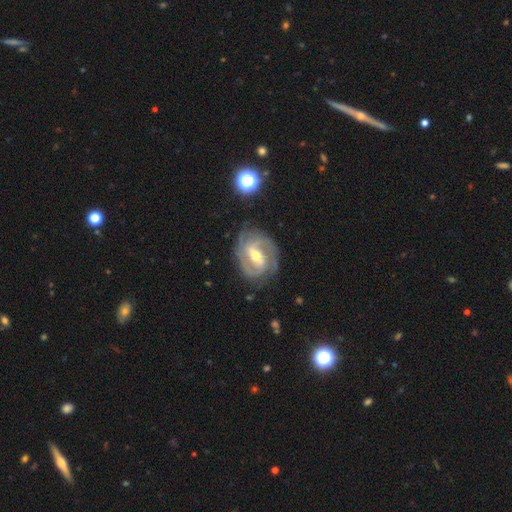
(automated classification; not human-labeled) Smooth or featured? Predicted: featured or disk (p=0.89). Edge-on disk? Predicted: no (p=0.97). Bar? Predicted: strong (p=0.49). Spiral arms? Predicted: yes (p=0.96). Spiral winding? Predicted: tight (p=0.48). Spiral arm count? Predicted: 2 (p=0.66). Bulge size? Predicted: moderate (p=0.65). Merging? Predicted: none (p=0.78).